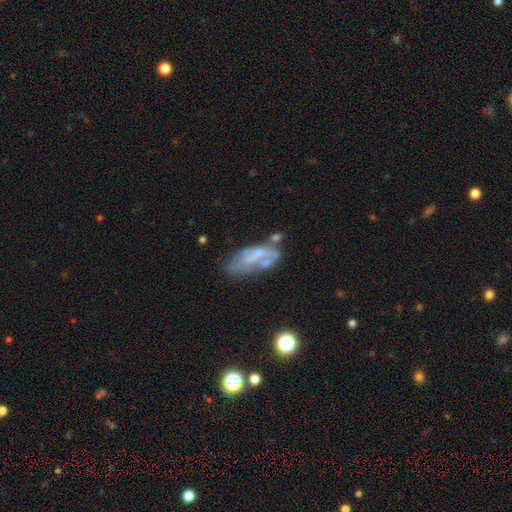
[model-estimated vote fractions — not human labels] This appears to be a featured or disk galaxy (54%). Merging: none (39%).